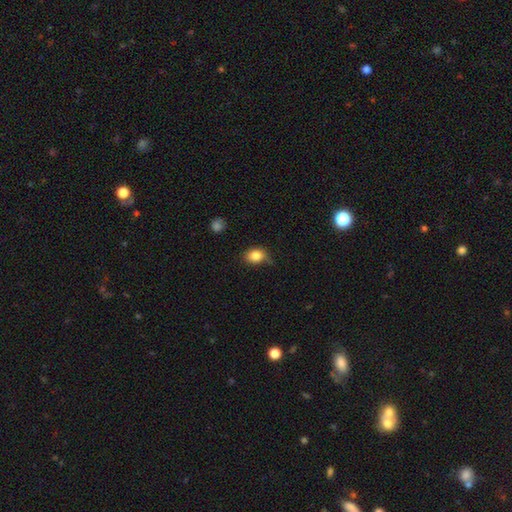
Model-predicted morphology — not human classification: This appears to be a smooth galaxy with no disk features (84%) that is in between round and cigar-shaped (55%). Merging: none (64%).